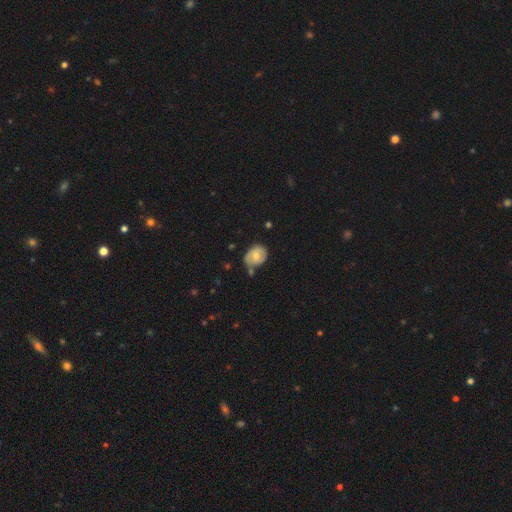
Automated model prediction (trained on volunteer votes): Overall: smooth (57%; featured or disk 36%). How rounded: in between (53%; round 46%). Merging: none (57%; minor disturbance 27%).